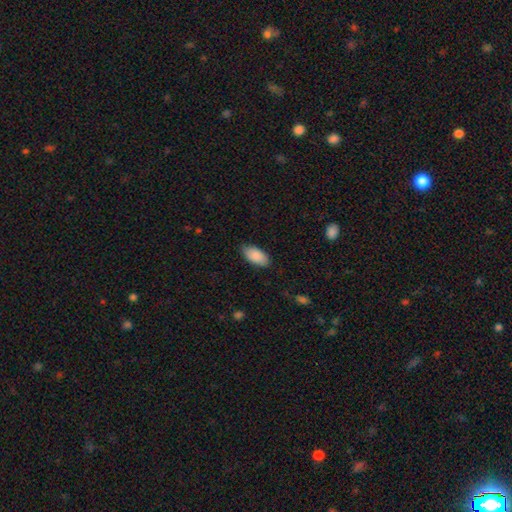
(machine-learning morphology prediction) smooth 89%, star or artifact 6%, featured or disk 5%. Down the decision tree: how rounded — in between (94%); merging — none (82%).